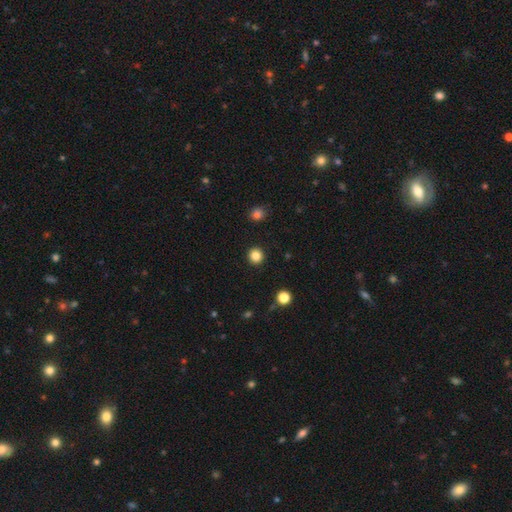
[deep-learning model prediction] smooth 85%, star or artifact 11%, featured or disk 4%. Down the decision tree: how rounded — round (94%); merging — none (93%).